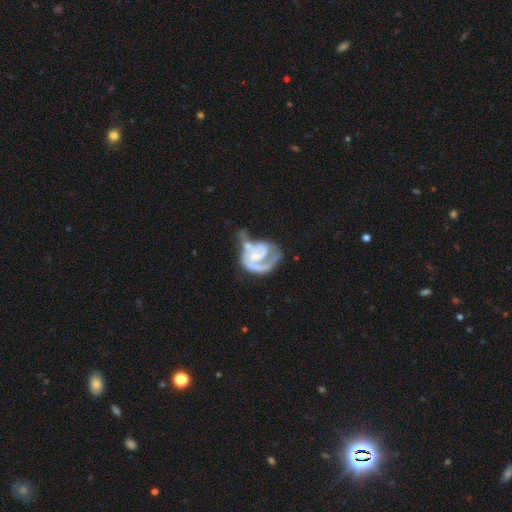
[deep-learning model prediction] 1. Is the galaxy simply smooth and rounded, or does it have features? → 81% featured or disk, 14% smooth, 5% star or artifact.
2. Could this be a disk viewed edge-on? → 98% no, 2% yes.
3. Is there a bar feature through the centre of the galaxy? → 49% no, 39% weak, 12% strong.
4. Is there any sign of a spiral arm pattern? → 86% yes, 14% no.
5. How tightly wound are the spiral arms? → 42% medium, 38% tight, 21% loose.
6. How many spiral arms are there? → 46% 2, 34% 1, 12% can't tell, 5% 3, 2% 4, 2% more than 4.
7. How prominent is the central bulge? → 51% small, 26% moderate, 19% none, 3% large, 1% dominant.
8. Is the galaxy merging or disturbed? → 36% major disturbance, 23% merger, 22% none, 19% minor disturbance.